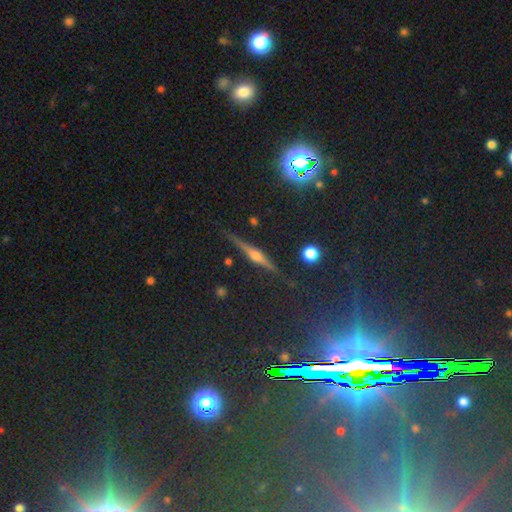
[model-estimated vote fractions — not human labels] Morphology: type=featured or disk (69%); edge-on=yes (96%); edge-on bulge=rounded (88%); merging=none (87%).